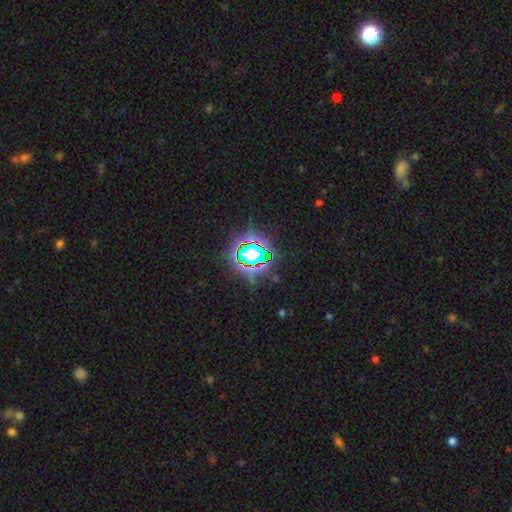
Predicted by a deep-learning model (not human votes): A star or artifact, not a galaxy (72%).

Vote fractions:
- Smooth or featured? star or artifact: 72% / smooth: 17% / featured or disk: 11%